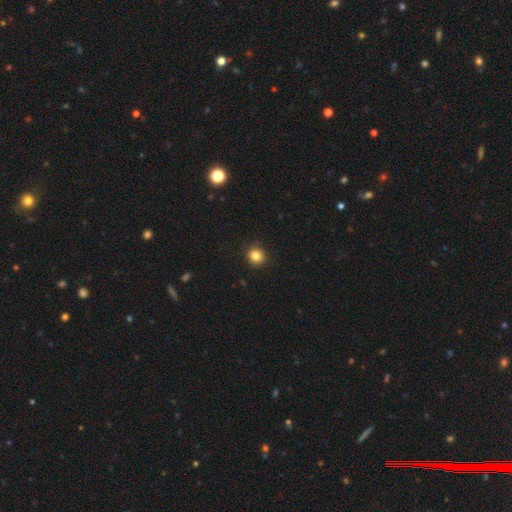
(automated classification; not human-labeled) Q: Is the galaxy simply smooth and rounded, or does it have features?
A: smooth — 84%.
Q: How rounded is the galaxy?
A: round — 89%.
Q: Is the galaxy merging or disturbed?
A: none — 90%.